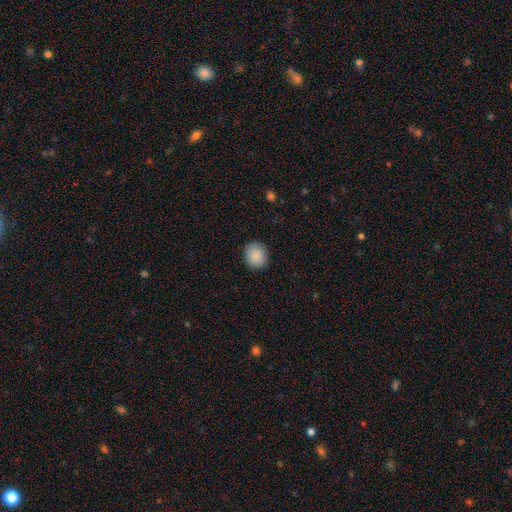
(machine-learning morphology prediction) Smooth or featured? smooth (89%)
How rounded? round (79%)
Merging? none (88%)